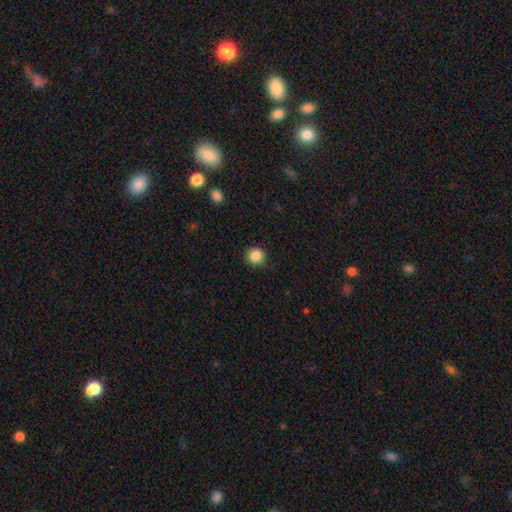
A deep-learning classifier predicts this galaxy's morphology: smooth 86%, star or artifact 10%, featured or disk 4%. Down the decision tree: how rounded — round (93%); merging — none (86%).